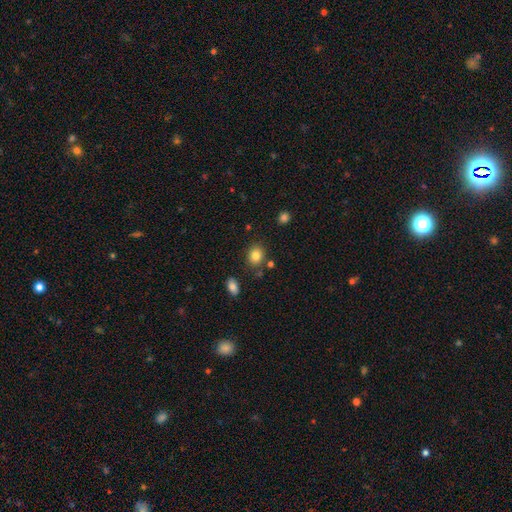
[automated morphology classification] type=smooth (83%); roundness=round (58%); merging=none (82%).